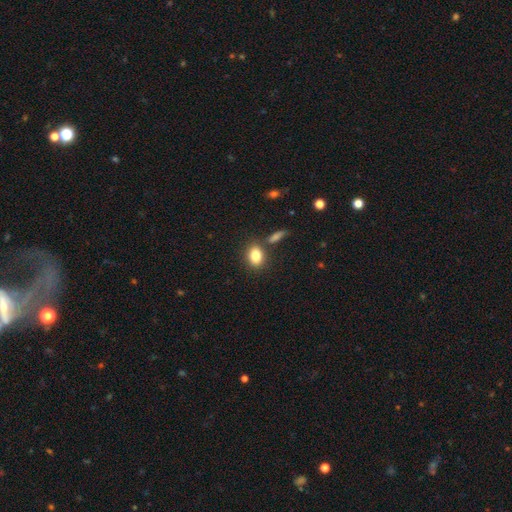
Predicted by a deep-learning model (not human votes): Overall: smooth (82%). How rounded: in between (67%; round 31%). Merging: none (73%).